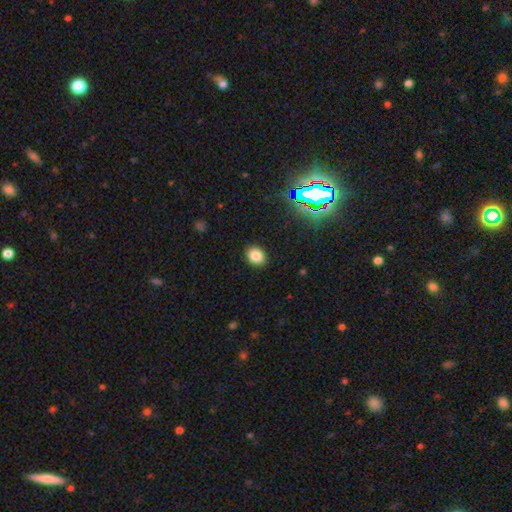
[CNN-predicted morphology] smooth_or_featured: smooth (p=0.82) [alt: star or artifact p=0.12]
how_rounded: round (p=0.53) [alt: in between p=0.46]
merging: none (p=0.90) [alt: minor disturbance p=0.07]